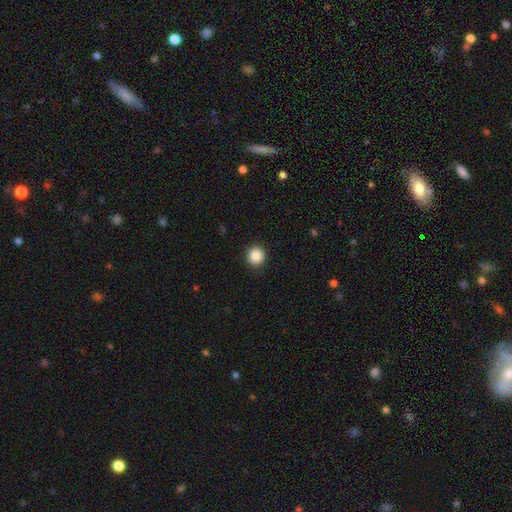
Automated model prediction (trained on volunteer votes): Overall: smooth (88%). How rounded: round (93%). Merging: none (92%).